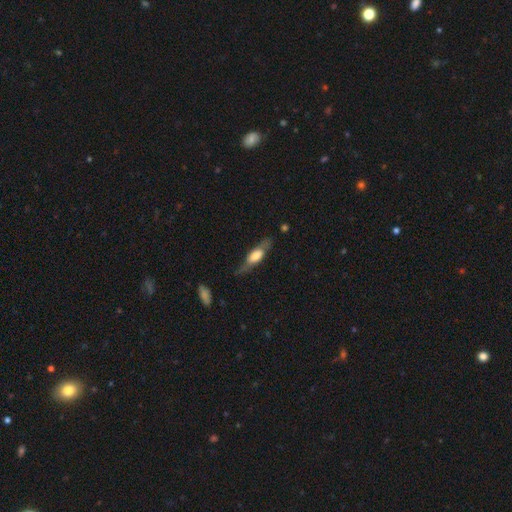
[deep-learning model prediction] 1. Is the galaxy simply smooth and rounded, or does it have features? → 53% featured or disk, 41% smooth, 6% star or artifact.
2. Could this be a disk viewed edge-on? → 70% yes, 30% no.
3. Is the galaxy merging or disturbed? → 66% none, 21% minor disturbance, 11% major disturbance, 2% merger.